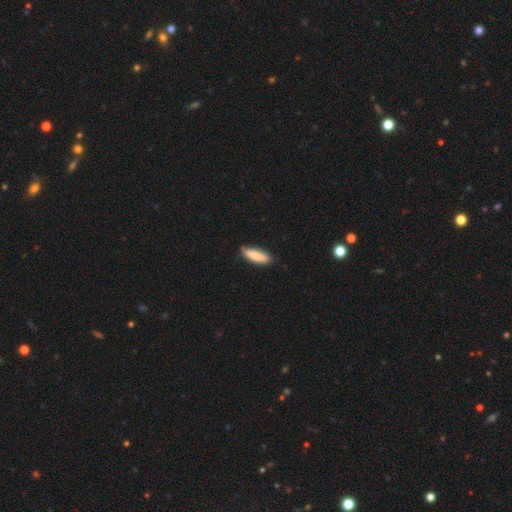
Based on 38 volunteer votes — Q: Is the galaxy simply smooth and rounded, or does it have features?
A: smooth — 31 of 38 (82%).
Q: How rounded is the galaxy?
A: cigar-shaped — 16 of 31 (52%).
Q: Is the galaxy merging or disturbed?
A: none — 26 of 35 (74%).